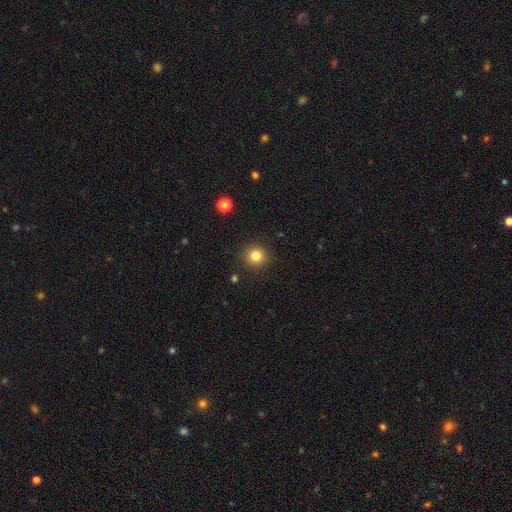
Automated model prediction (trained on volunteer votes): Smooth or featured?
  - smooth: 82% *
  - star or artifact: 12%
  - featured or disk: 6%
How rounded?
  - round: 93% *
  - in between: 6%
  - cigar-shaped: 1%
Merging?
  - none: 91% *
  - minor disturbance: 6%
  - major disturbance: 2%
  - merger: 1%